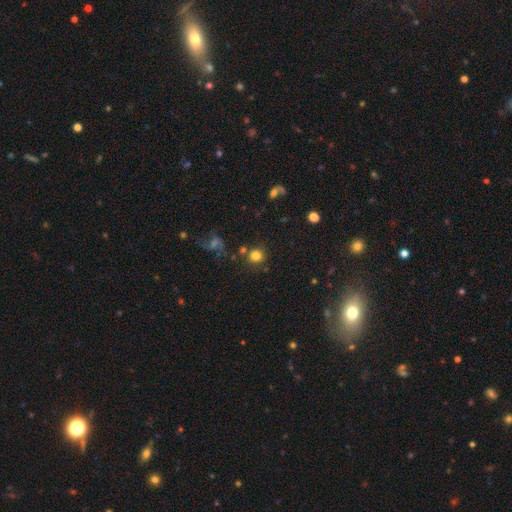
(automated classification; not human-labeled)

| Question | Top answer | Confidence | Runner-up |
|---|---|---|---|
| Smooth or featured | smooth | 80% | star or artifact (14%) |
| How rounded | round | 90% | in between (9%) |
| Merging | none | 77% | minor disturbance (10%) |